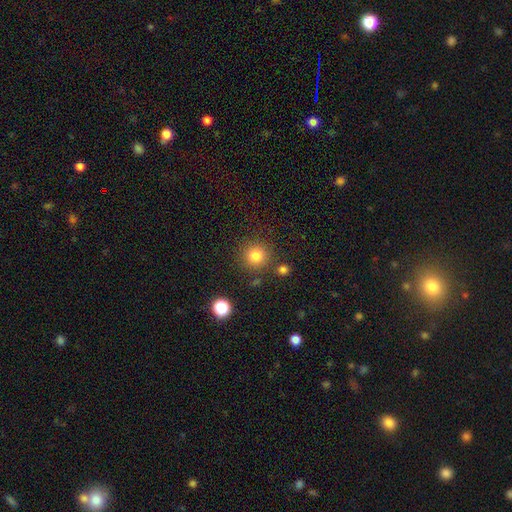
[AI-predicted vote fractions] This is clearly a smooth galaxy (81%). How rounded: clearly round (94%). Merging: clearly none (84%).